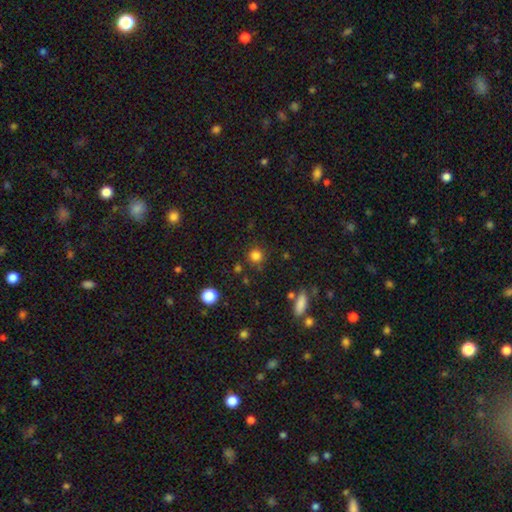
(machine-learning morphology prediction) Smooth or featured: smooth — 82% (star or artifact — 14%)
How rounded: round — 91% (in between — 7%)
Merging: none — 84% (minor disturbance — 9%)